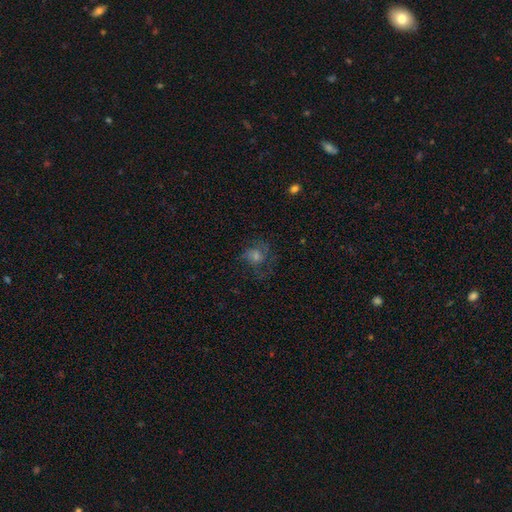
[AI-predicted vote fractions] The model was most divided on "smooth or featured": featured or disk: 47%, smooth: 32%, star or artifact: 21%. More confident: merging — none (60%).